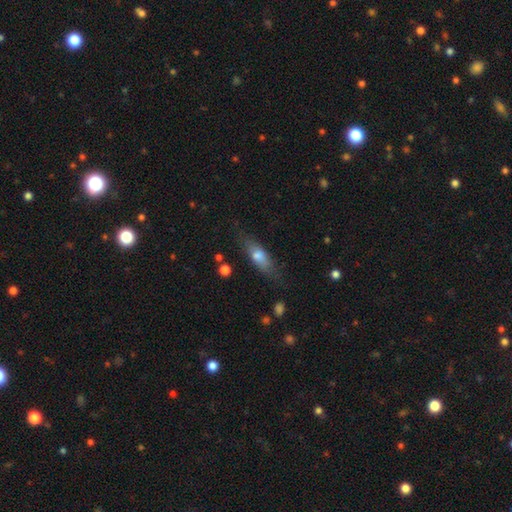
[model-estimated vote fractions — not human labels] Smooth or featured? smooth (66%)
How rounded? in between (50%)
Merging? none (76%)